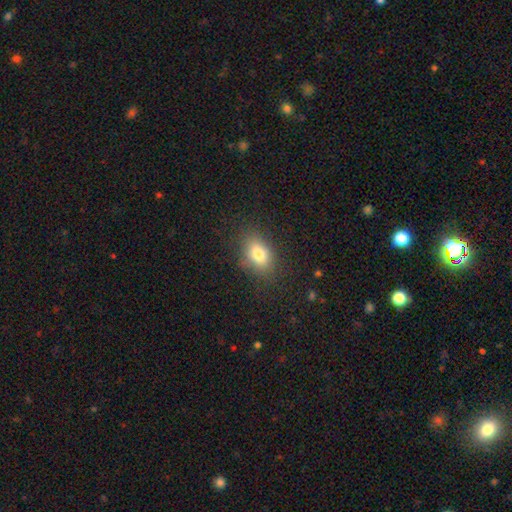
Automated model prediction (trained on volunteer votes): This appears to be a smooth galaxy with no disk features (79%) that is in between round and cigar-shaped (81%). Merging: none (79%).